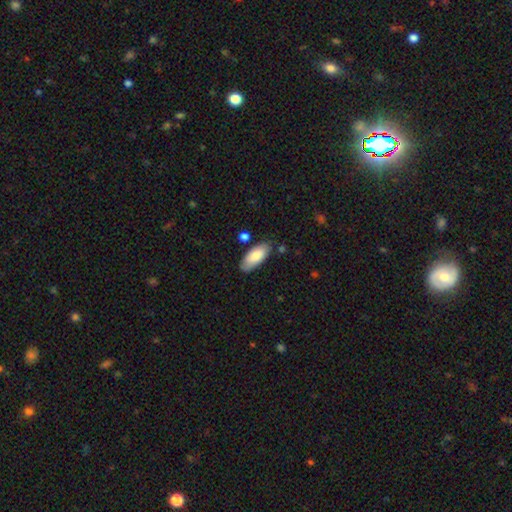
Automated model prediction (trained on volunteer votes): Smooth or featured? Predicted: smooth (p=0.80). How rounded? Predicted: in between (p=0.88). Merging? Predicted: none (p=0.78).